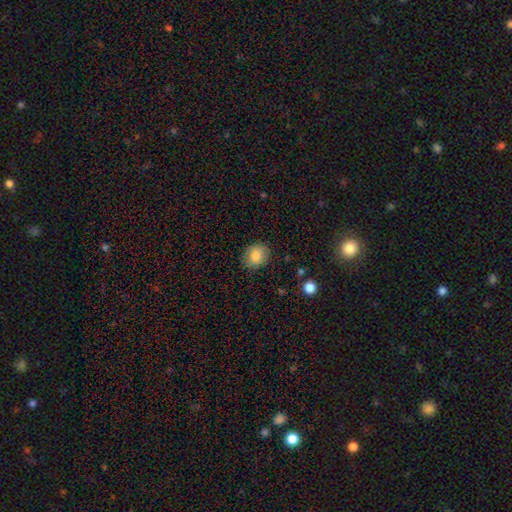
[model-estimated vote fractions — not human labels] A smooth galaxy with no disk features (82%) that is round (60%).

Vote fractions:
- Smooth or featured? smooth: 82% / featured or disk: 9% / star or artifact: 9%
- How rounded? round: 60% / in between: 39% / cigar-shaped: 1%
- Merging? none: 84% / minor disturbance: 12% / major disturbance: 3% / merger: 1%